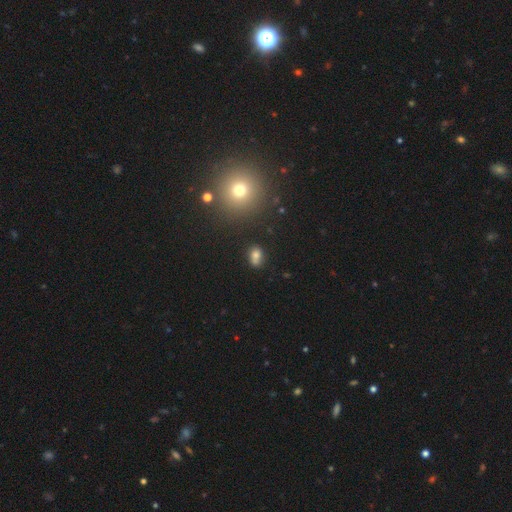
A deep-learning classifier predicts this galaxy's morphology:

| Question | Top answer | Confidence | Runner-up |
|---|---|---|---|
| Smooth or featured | smooth | 72% | star or artifact (16%) |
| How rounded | in between | 64% | round (34%) |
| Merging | none | 56% | merger (22%) |